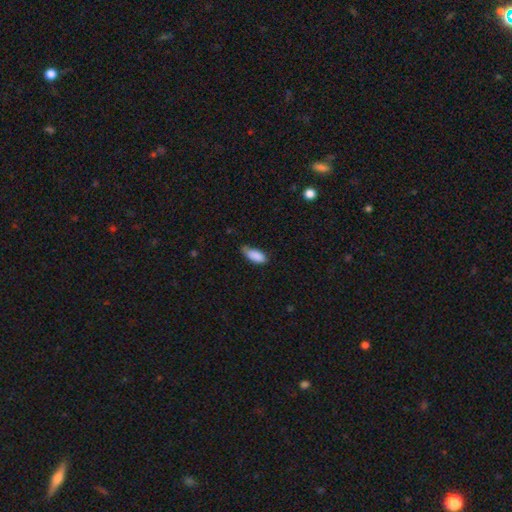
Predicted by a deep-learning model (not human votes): A smooth galaxy with no disk features (87%) that is in between round and cigar-shaped (87%).

Vote fractions:
- Smooth or featured? smooth: 87% / star or artifact: 7% / featured or disk: 6%
- How rounded? in between: 87% / cigar-shaped: 11% / round: 2%
- Merging? none: 52% / minor disturbance: 39% / major disturbance: 7% / merger: 2%